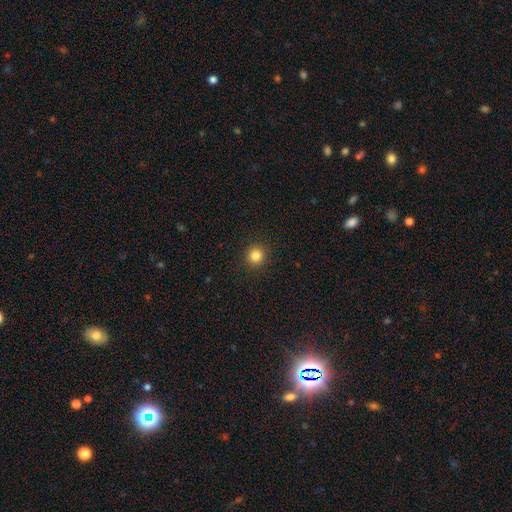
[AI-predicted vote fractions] This is clearly a smooth galaxy (84%). How rounded: clearly round (93%). Merging: clearly none (93%).